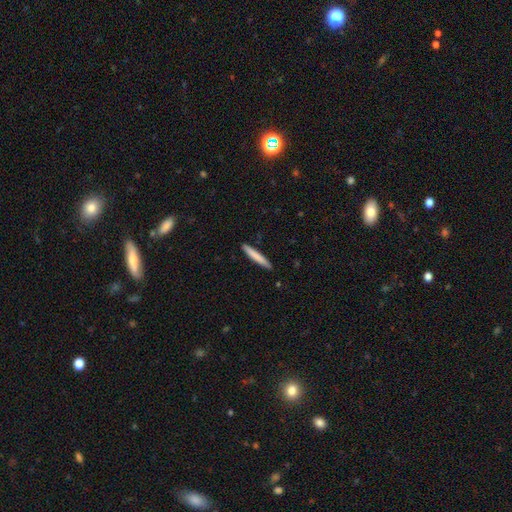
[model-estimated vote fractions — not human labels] Overall: smooth (79%). How rounded: cigar-shaped (95%). Merging: none (89%).